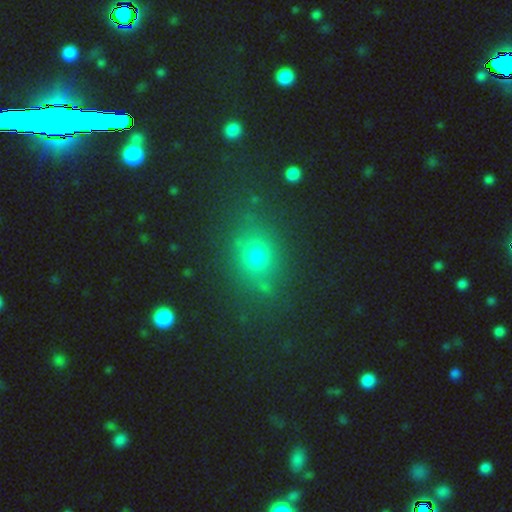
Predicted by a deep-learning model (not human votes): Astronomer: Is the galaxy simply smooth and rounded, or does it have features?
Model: smooth — 66%.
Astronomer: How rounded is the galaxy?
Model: round — 55% (runner-up: in between, 42%).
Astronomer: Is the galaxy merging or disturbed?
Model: none — 81%.